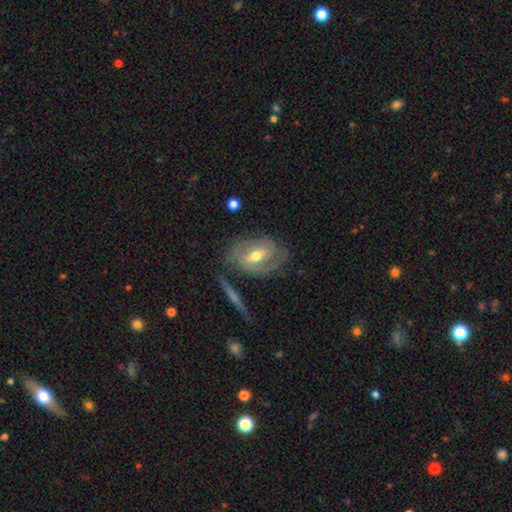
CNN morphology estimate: featured or disk 78%, smooth 15%, star or artifact 7%. Down the decision tree: edge-on disk — no (93%); bar — weak (46%); spiral arms — yes (87%); spiral arm count — 2 (56%); spiral winding — tight (57%); bulge size — moderate (71%); merging — none (71%).